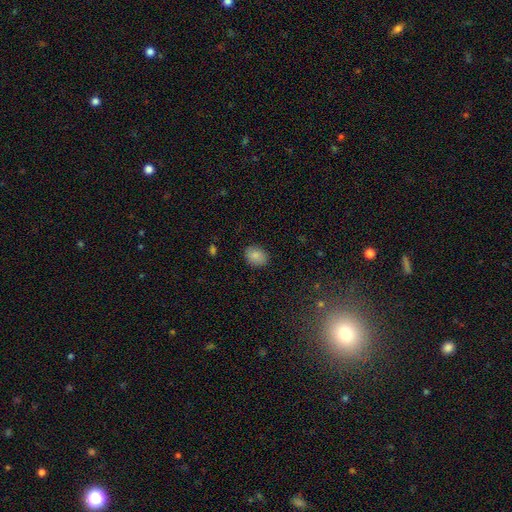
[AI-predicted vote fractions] Smooth or featured: smooth — 85% (star or artifact — 9%)
How rounded: in between — 59% (round — 40%)
Merging: none — 87% (minor disturbance — 10%)